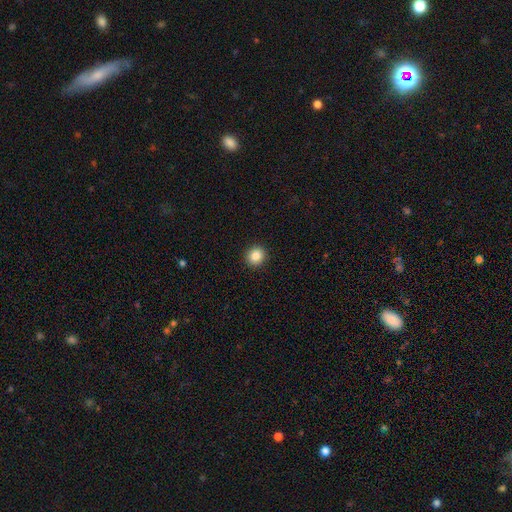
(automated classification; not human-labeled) A smooth galaxy with no disk features (86%) that is round (89%). Merging: none (93%).